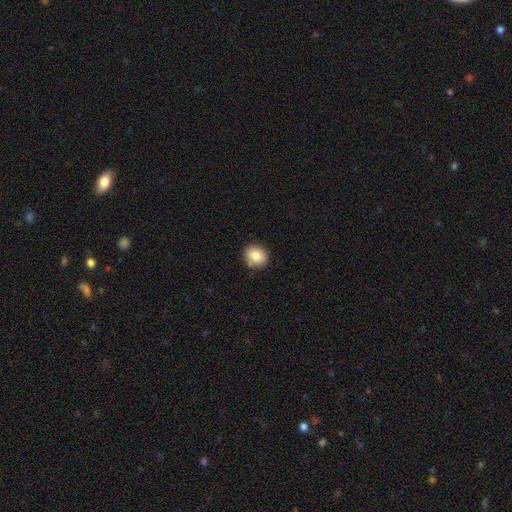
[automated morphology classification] type=smooth (84%); roundness=round (76%); merging=none (83%).